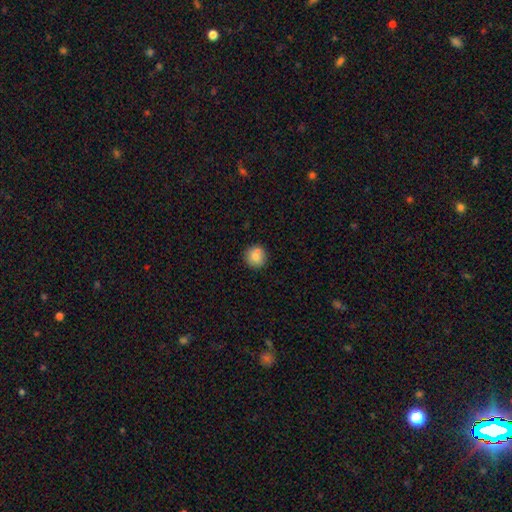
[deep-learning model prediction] A smooth galaxy with no disk features (80%) that is round (91%). Merging: none (71%).